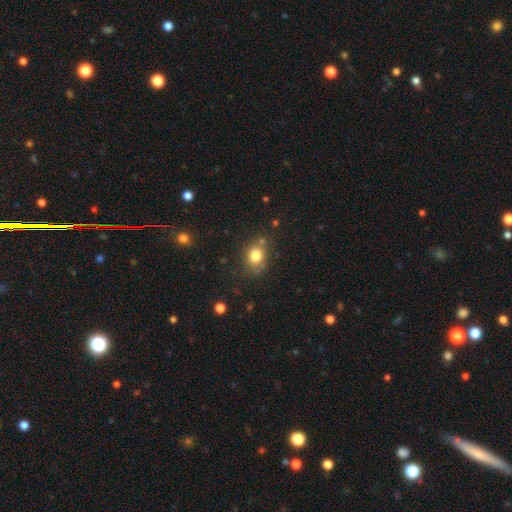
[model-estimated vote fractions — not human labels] smooth-or-featured: smooth: 80% | star or artifact: 12% | featured or disk: 9%
  how-rounded: round: 63% | in between: 36% | cigar-shaped: 1%
  merging: none: 72% | minor disturbance: 16% | merger: 7% | major disturbance: 5%